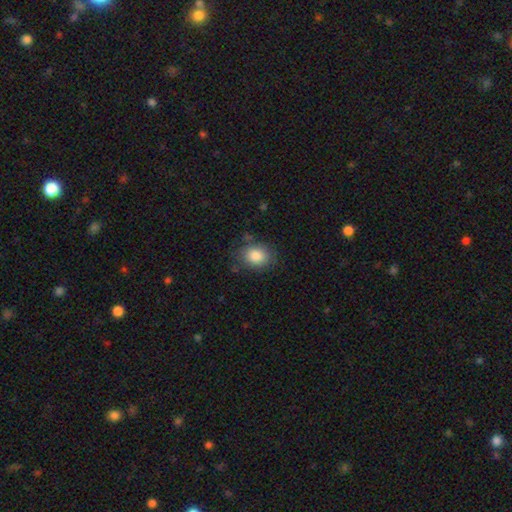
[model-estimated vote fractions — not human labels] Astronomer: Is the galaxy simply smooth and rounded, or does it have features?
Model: smooth — 85%.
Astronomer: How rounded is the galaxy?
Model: in between — 55% (runner-up: round, 44%).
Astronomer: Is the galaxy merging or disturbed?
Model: none — 76%.